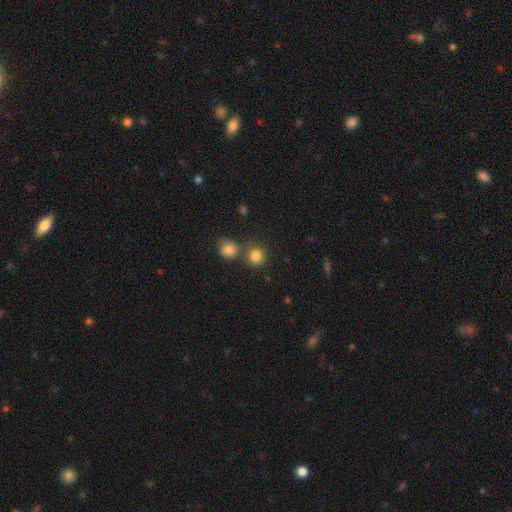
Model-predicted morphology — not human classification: This appears to be a smooth galaxy with no disk features (83%) that is round (88%). Merging: none (65%).